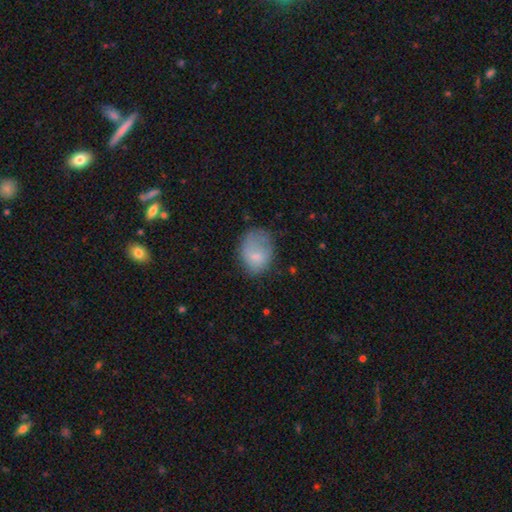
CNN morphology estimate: Q: Smooth or featured?
A: smooth (73%); runner-up: featured or disk (19%)
Q: How rounded?
A: in between (59%); runner-up: round (40%)
Q: Merging?
A: none (42%); runner-up: minor disturbance (32%)